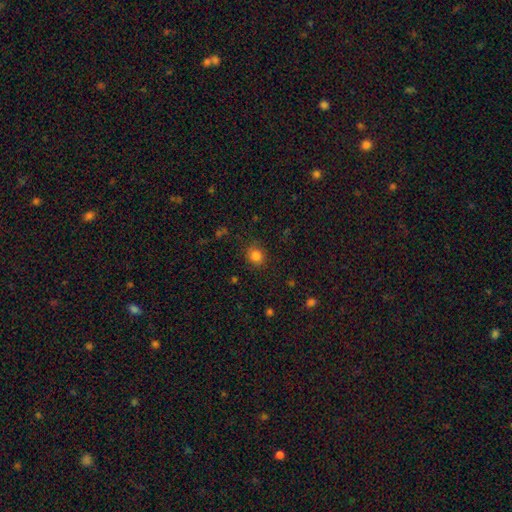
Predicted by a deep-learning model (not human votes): A smooth galaxy with no disk features (83%) that is round (80%). Merging: none (87%).